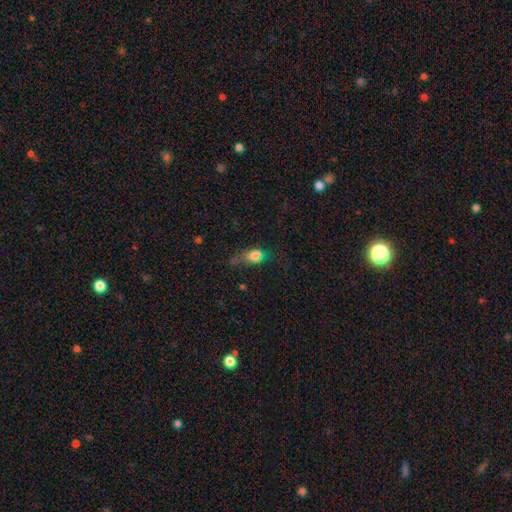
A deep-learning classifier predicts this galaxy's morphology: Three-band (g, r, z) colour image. It shows a smooth galaxy with no disk features (70%) that is in between round and cigar-shaped (62%). Merging: none (43%).